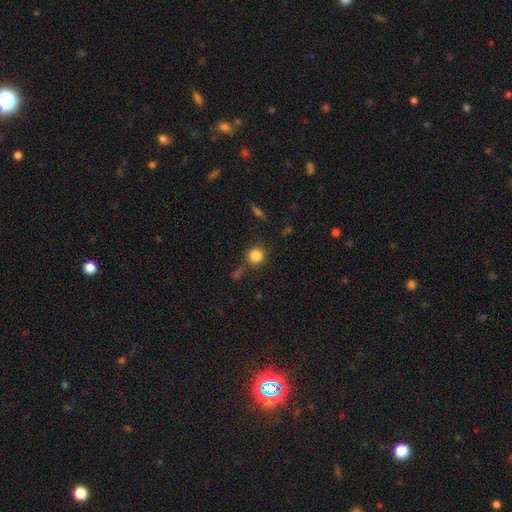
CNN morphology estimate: This appears to be a smooth galaxy with no disk features (84%) that is round (90%). Merging: none (75%).